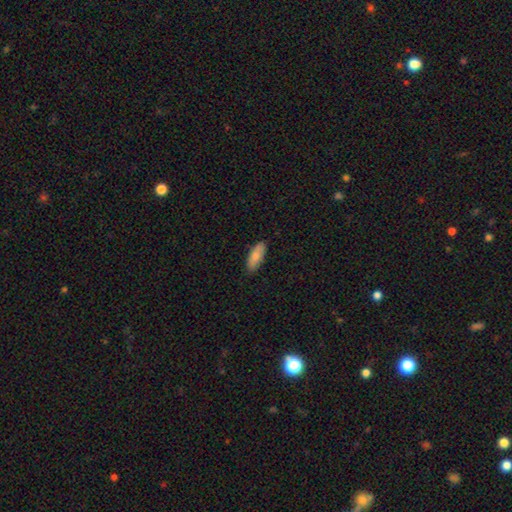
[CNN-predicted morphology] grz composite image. It shows a smooth galaxy with no disk features (84%) that is in between round and cigar-shaped (72%). Merging: none (86%).